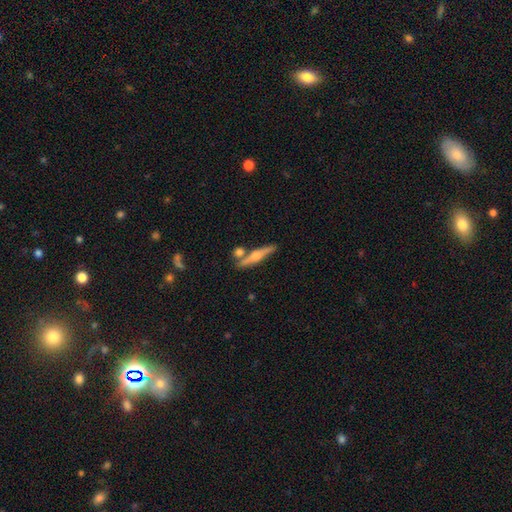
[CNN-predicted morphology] Smooth or featured? Predicted: featured or disk (p=0.64). Edge-on disk? Predicted: yes (p=0.95). Edge-on bulge? Predicted: rounded (p=0.92). Merging? Predicted: none (p=0.72).